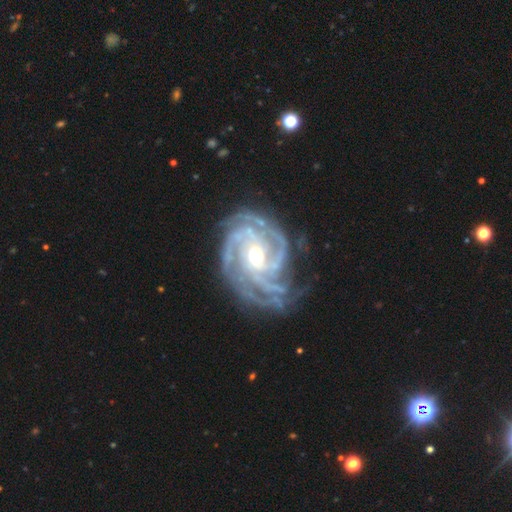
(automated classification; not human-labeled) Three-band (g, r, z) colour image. It shows a featured or disk galaxy (93%) with no bar (57%), 4 (33%) tight (73%) spiral arms (99%) and a moderate central bulge (54%). Merging: none (74%).